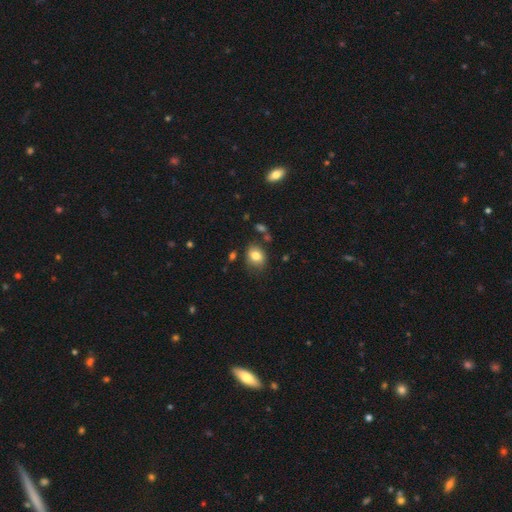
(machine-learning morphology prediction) smooth-or-featured: smooth: 80% | star or artifact: 10% | featured or disk: 10%
  how-rounded: in between: 50% | round: 49% | cigar-shaped: 1%
  merging: none: 74% | minor disturbance: 17% | merger: 5% | major disturbance: 4%